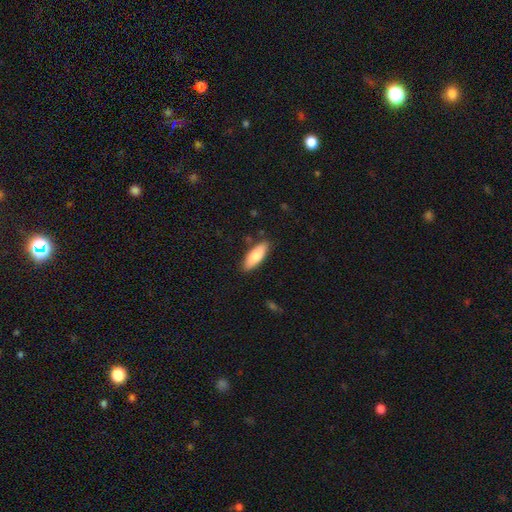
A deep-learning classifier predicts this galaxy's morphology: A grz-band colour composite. It shows a smooth galaxy with no disk features (82%) that is in between round and cigar-shaped (67%). Merging: none (85%).